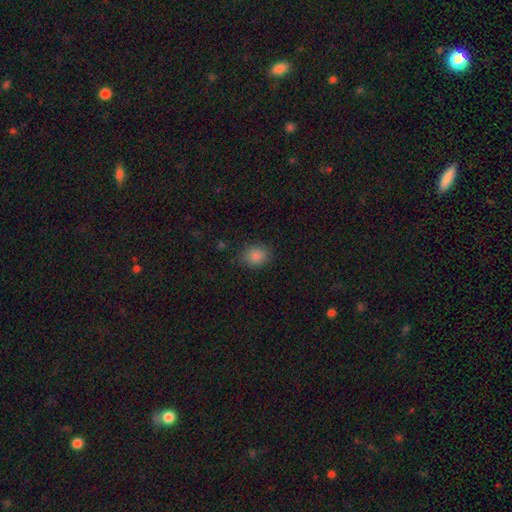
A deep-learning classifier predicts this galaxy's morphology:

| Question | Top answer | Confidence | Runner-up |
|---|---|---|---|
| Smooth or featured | smooth | 84% | star or artifact (11%) |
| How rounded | in between | 51% | round (48%) |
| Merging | none | 84% | minor disturbance (12%) |